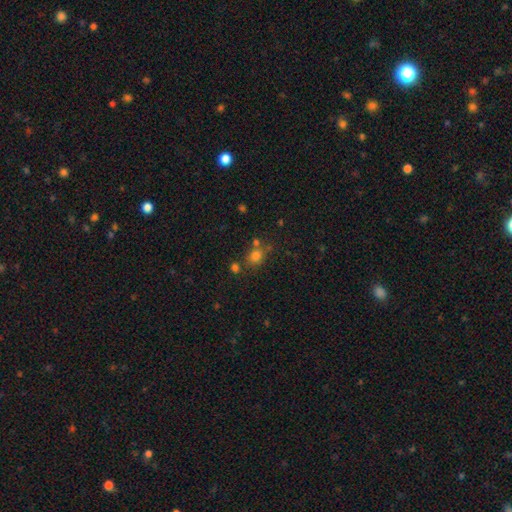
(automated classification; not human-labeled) Smooth or featured? Predicted: smooth (p=0.74). How rounded? Predicted: round (p=0.75). Merging? Predicted: none (p=0.64).